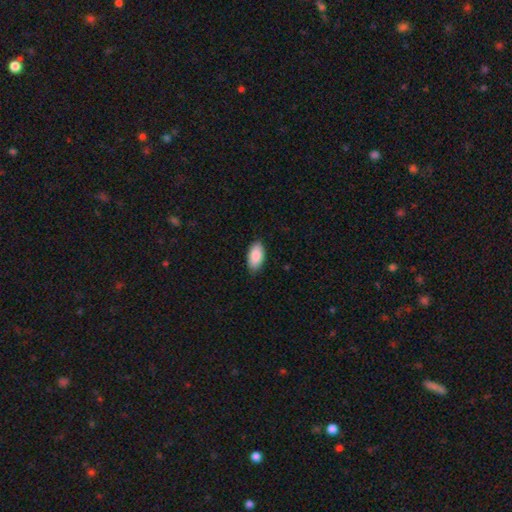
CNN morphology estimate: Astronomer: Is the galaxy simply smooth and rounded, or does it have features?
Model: smooth — 89%.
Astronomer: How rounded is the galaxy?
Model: in between — 95%.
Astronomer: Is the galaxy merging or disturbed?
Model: none — 85%.